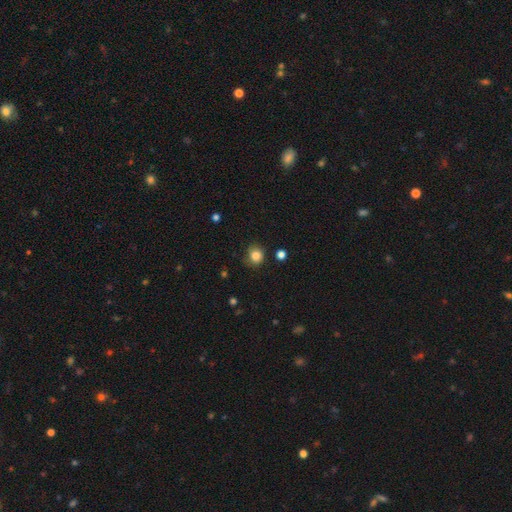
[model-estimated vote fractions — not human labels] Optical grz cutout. It shows a smooth galaxy with no disk features (83%) that is round (85%). Merging: none (76%).